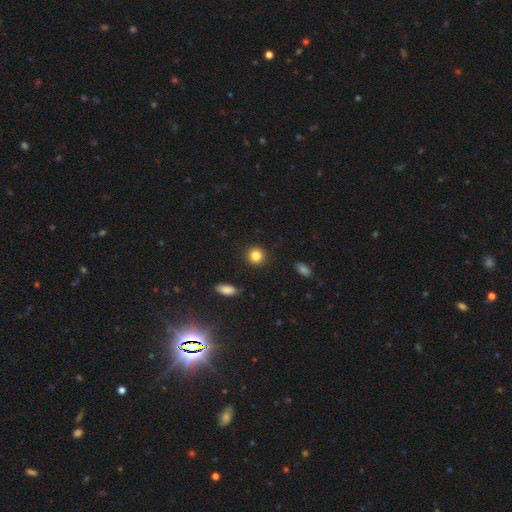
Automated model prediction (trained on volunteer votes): This is clearly a smooth galaxy (85%). How rounded: clearly round (88%). Merging: clearly none (89%).